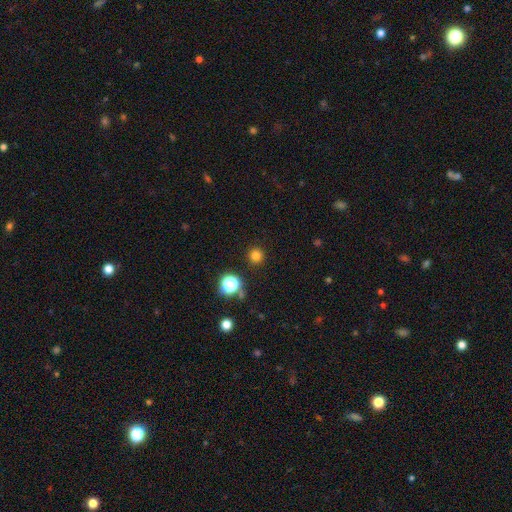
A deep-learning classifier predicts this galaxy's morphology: A smooth galaxy with no disk features (77%) that is round (95%).

Vote fractions:
- Smooth or featured? smooth: 77% / star or artifact: 18% / featured or disk: 5%
- How rounded? round: 95% / in between: 4% / cigar-shaped: 1%
- Merging? none: 91% / minor disturbance: 5% / major disturbance: 2% / merger: 2%